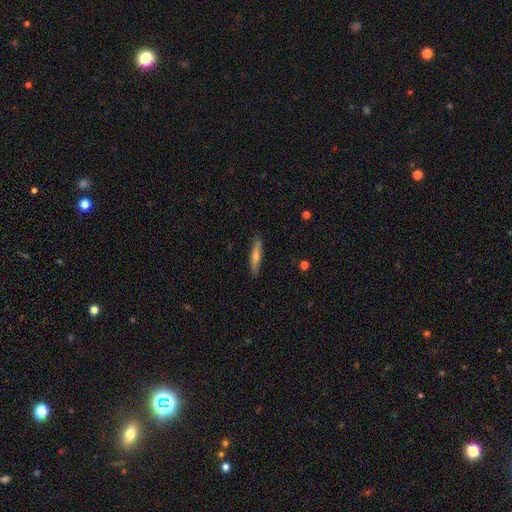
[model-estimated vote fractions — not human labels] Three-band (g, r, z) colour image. It shows a smooth galaxy with no disk features (51%) that is cigar-shaped (90%). Merging: none (89%).